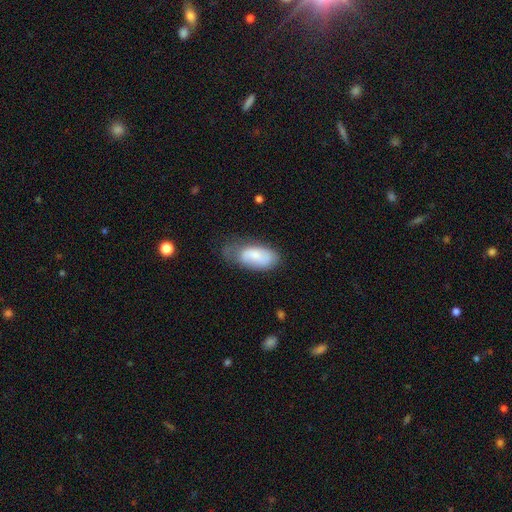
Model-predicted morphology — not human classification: smooth_or_featured: smooth (p=0.67) [alt: featured or disk p=0.26]
how_rounded: in between (p=0.93) [alt: cigar-shaped p=0.04]
merging: none (p=0.42) [alt: minor disturbance p=0.37]